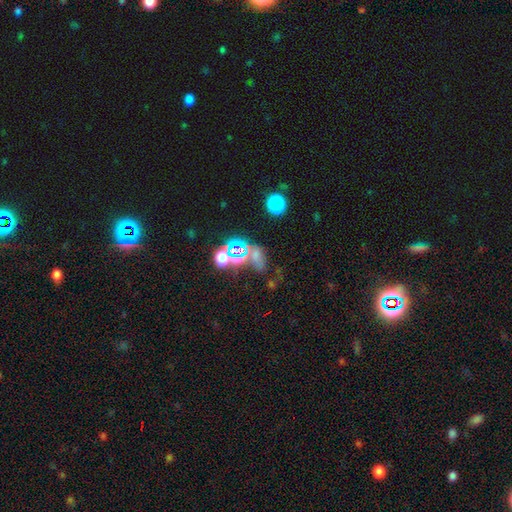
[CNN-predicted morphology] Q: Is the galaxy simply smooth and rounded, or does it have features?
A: star or artifact — 46%.